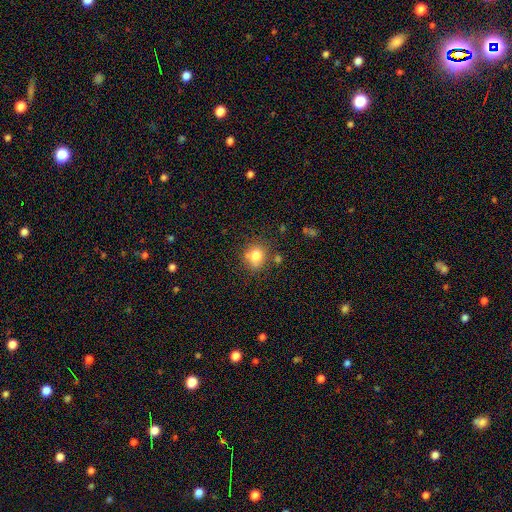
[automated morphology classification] This appears to be a smooth galaxy with no disk features (78%) that is round (73%). Merging: none (68%).